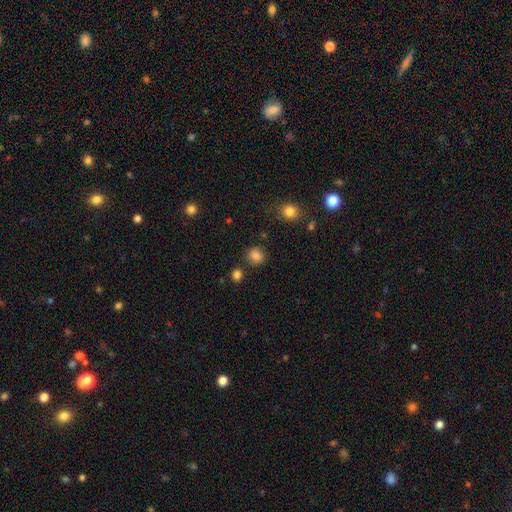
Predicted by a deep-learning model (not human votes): A smooth galaxy with no disk features (84%) that is round (77%).

Vote fractions:
- Smooth or featured? smooth: 84% / star or artifact: 12% / featured or disk: 5%
- How rounded? round: 77% / in between: 22% / cigar-shaped: 1%
- Merging? none: 81% / minor disturbance: 10% / merger: 5% / major disturbance: 3%